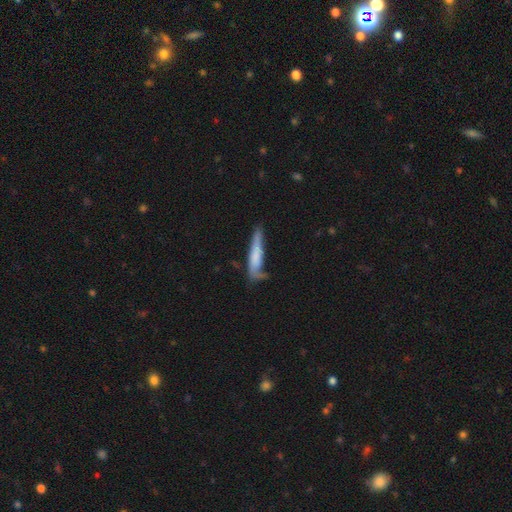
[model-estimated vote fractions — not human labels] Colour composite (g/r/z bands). It shows a smooth galaxy with no disk features (61%) that is cigar-shaped (86%). Merging: none (48%).